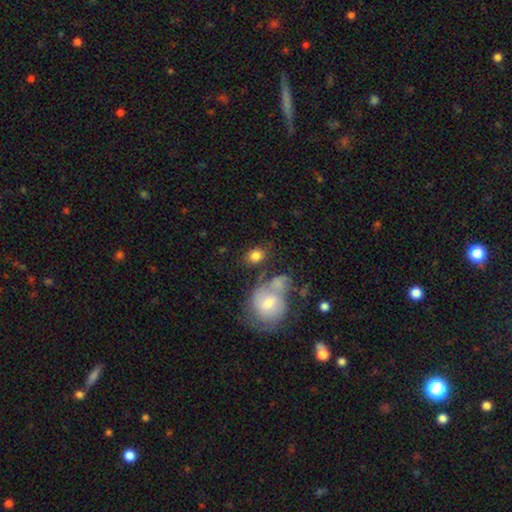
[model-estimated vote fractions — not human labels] Smooth or featured?
  - smooth: 80% *
  - featured or disk: 13%
  - star or artifact: 7%
How rounded?
  - round: 50% *
  - in between: 48%
  - cigar-shaped: 2%
Merging?
  - none: 63% *
  - merger: 17%
  - minor disturbance: 13%
  - major disturbance: 7%